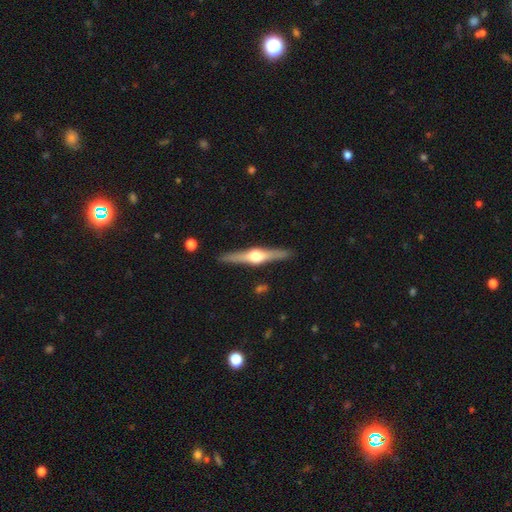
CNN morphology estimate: A featured or disk galaxy (79%) viewed edge-on (98%) with a rounded central bulge (95%). Merging: none (91%).